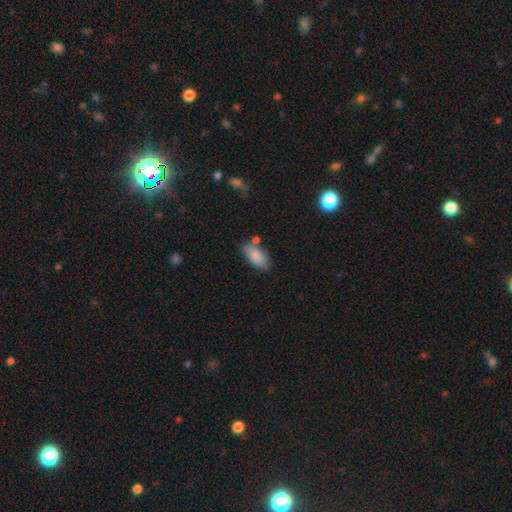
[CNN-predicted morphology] A smooth galaxy with no disk features (85%) that is in between round and cigar-shaped (90%). Merging: none (67%).